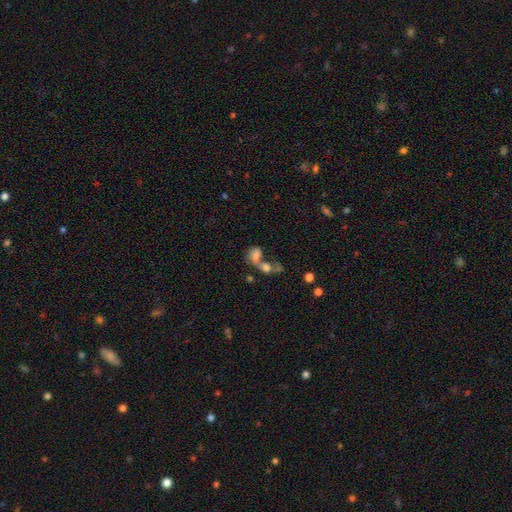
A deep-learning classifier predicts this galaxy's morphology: Smooth or featured: smooth — 61% (featured or disk — 26%)
How rounded: in between — 67% (round — 31%)
Merging: merger — 72% (none — 11%)